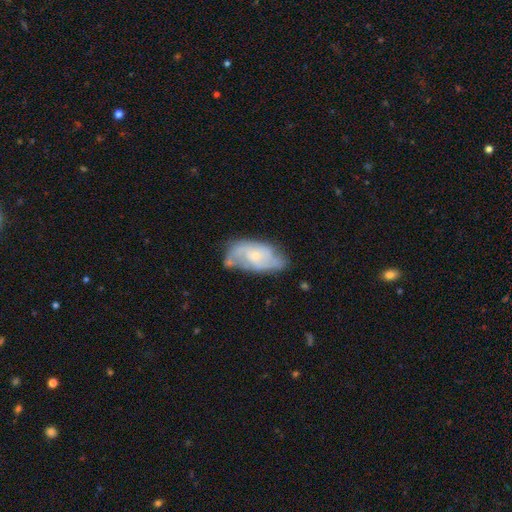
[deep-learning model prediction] Morphology: type=featured or disk (70%); edge-on=no (95%); bar=no (72%); spiral arms=yes (81%); winding=medium (42%); arm count=2 (46%); bulge=small (71%); merging=none (54%).